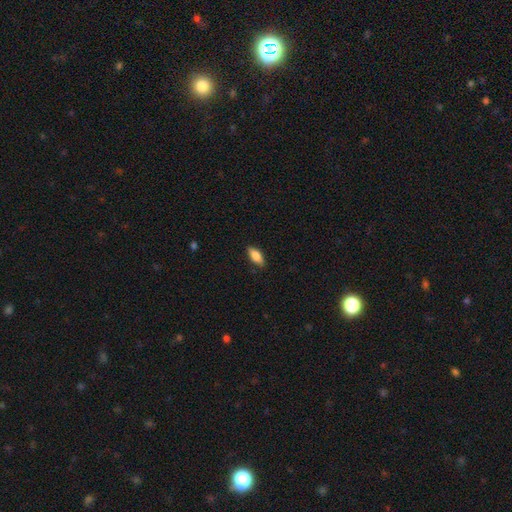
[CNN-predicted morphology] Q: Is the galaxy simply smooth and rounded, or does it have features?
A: smooth — 83%.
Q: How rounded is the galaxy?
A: in between — 82%.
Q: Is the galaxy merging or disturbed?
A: none — 86%.